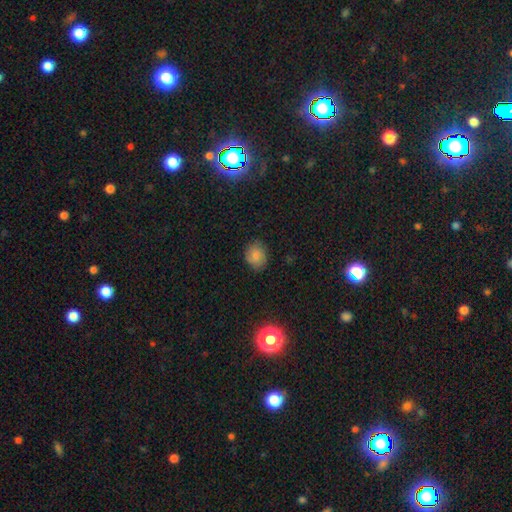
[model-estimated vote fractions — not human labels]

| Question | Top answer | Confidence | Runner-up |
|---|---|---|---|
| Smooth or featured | smooth | 79% | featured or disk (11%) |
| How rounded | round | 61% | in between (38%) |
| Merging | none | 81% | minor disturbance (15%) |